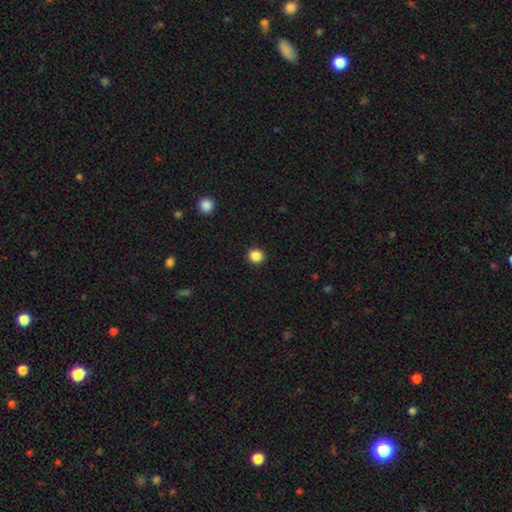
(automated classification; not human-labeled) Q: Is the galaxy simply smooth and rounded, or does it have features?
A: smooth — 87%.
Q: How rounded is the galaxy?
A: round — 90%.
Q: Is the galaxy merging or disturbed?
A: none — 92%.